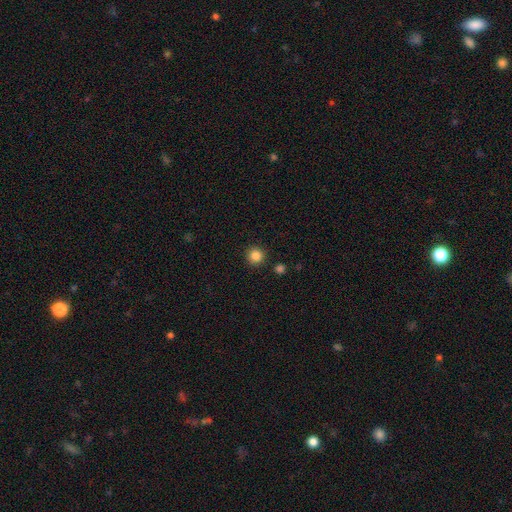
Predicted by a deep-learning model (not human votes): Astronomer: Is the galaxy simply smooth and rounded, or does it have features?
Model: smooth — 85%.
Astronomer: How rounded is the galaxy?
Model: round — 95%.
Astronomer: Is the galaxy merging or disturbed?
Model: none — 91%.